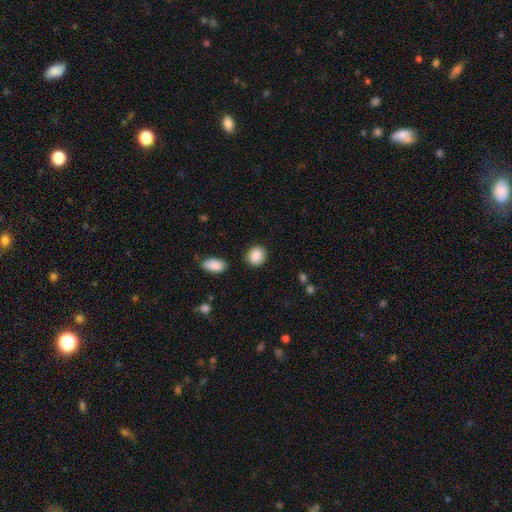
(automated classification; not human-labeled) Overall: smooth (88%). How rounded: round (69%; in between 30%). Merging: none (83%).